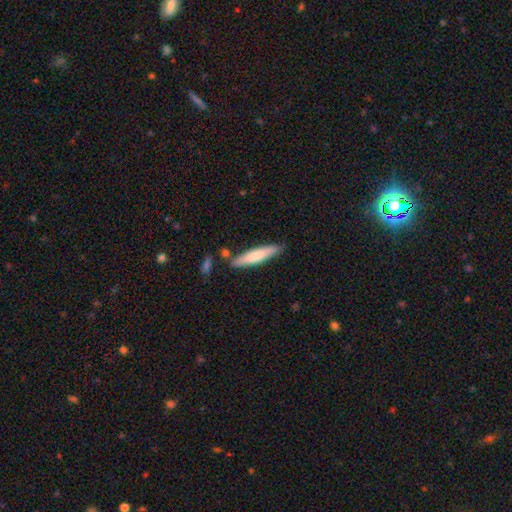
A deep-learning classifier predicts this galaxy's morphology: smooth 71%, featured or disk 24%, star or artifact 5%. Down the decision tree: how rounded — cigar-shaped (86%); merging — none (81%).